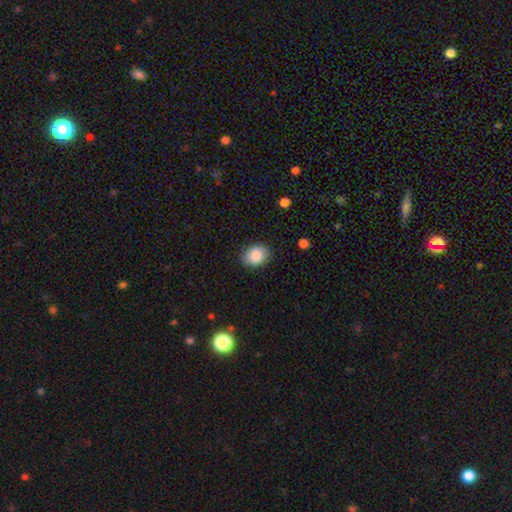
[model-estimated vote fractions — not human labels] A smooth galaxy with no disk features (87%) that is in between round and cigar-shaped (61%).

Vote fractions:
- Smooth or featured? smooth: 87% / star or artifact: 8% / featured or disk: 5%
- How rounded? in between: 61% / round: 38% / cigar-shaped: 1%
- Merging? none: 84% / minor disturbance: 12% / major disturbance: 3% / merger: 1%